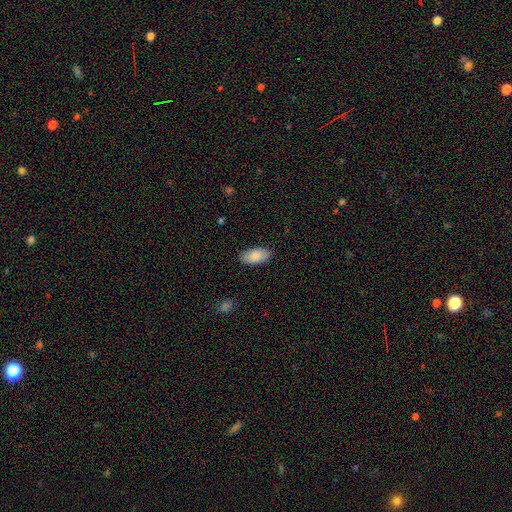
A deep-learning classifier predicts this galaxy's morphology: This appears to be a smooth galaxy with no disk features (87%) that is in between round and cigar-shaped (93%). Merging: none (87%).